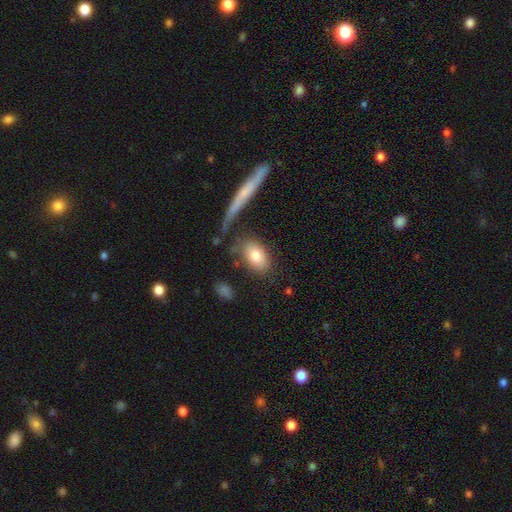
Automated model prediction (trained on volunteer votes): Overall: smooth (79%). How rounded: in between (89%). Merging: none (70%).